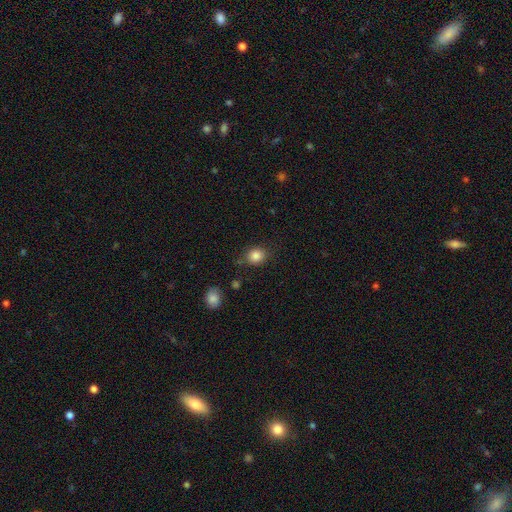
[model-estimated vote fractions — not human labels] Morphology: type=smooth (85%); roundness=round (69%); merging=none (81%).